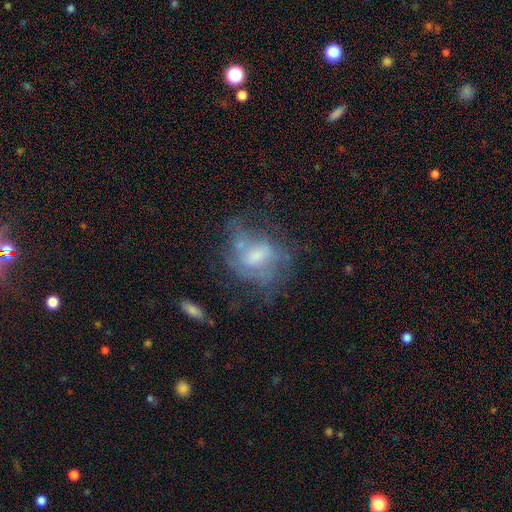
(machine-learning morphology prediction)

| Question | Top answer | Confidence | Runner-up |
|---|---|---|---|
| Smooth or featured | featured or disk | 64% | smooth (26%) |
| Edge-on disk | no | 96% | yes (4%) |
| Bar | no | 47% | weak (43%) |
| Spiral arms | yes | 61% | no (39%) |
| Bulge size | moderate | 43% | small (31%) |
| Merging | none | 45% | major disturbance (27%) |